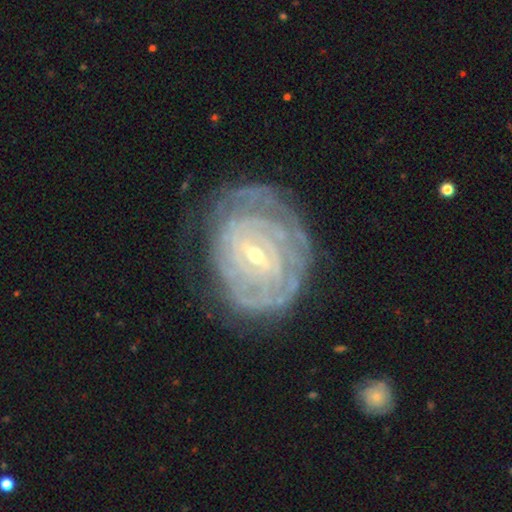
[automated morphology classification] Smooth or featured: featured or disk — 87% (smooth — 7%)
Edge-on disk: no — 96% (yes — 4%)
Bar: weak — 52% (strong — 27%)
Spiral arms: yes — 94% (no — 6%)
Spiral winding: tight — 83% (medium — 14%)
Spiral arm count: can't tell — 41% (4 — 16%)
Bulge size: small — 61% (moderate — 36%)
Merging: none — 68% (minor disturbance — 21%)